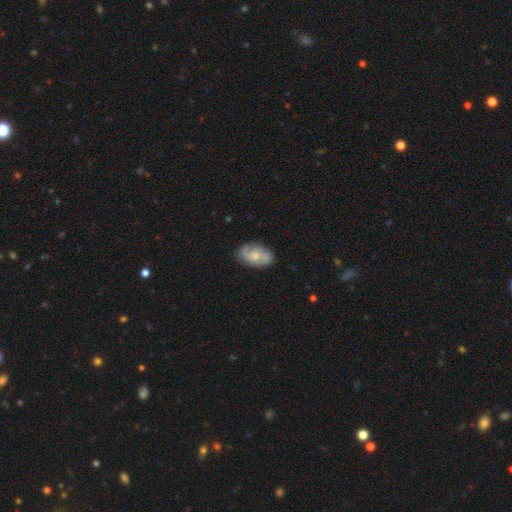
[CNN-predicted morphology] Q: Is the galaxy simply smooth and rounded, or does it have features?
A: featured or disk — 59%.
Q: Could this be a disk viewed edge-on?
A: no — 96%.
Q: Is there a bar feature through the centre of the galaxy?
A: no — 63%.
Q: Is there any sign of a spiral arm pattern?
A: yes — 89%.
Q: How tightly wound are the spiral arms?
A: medium — 46%.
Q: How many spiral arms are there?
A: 2 — 73%.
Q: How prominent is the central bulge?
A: moderate — 44%.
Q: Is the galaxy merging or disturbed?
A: none — 79%.